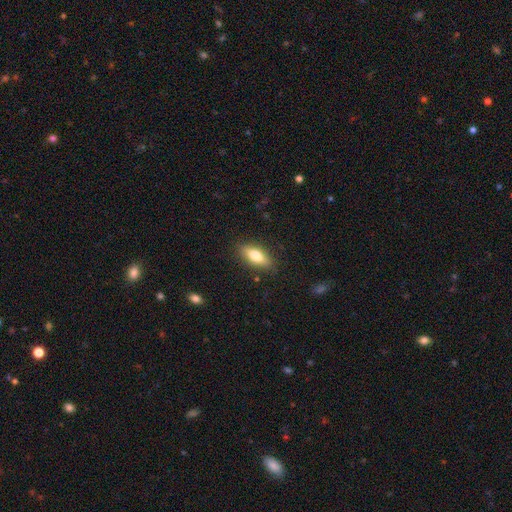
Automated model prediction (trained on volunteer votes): smooth-or-featured: smooth: 75% | featured or disk: 18% | star or artifact: 7%
  how-rounded: in between: 74% | cigar-shaped: 23% | round: 3%
  merging: none: 85% | minor disturbance: 11% | major disturbance: 3% | merger: 1%